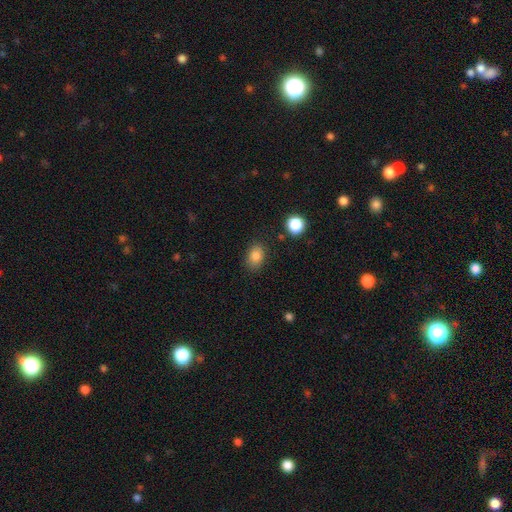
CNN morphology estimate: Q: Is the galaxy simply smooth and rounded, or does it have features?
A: smooth — 83%.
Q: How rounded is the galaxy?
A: in between — 78%.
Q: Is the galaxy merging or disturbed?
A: none — 82%.